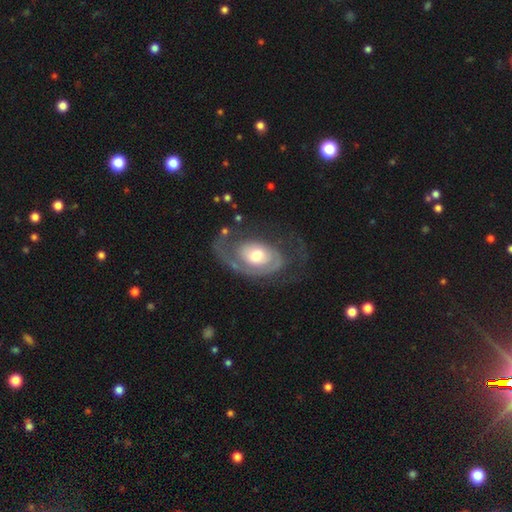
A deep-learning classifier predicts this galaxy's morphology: smooth_or_featured: featured or disk (p=0.75) [alt: smooth p=0.20]
disk_edge_on: no (p=0.95) [alt: yes p=0.05]
bar: no (p=0.75) [alt: weak p=0.20]
has_spiral_arms: yes (p=0.81) [alt: no p=0.19]
spiral_winding: tight (p=0.48) [alt: medium p=0.31]
spiral_arm_count: 1 (p=0.48) [alt: 2 p=0.28]
bulge_size: moderate (p=0.65) [alt: large p=0.19]
merging: none (p=0.49) [alt: major disturbance p=0.30]